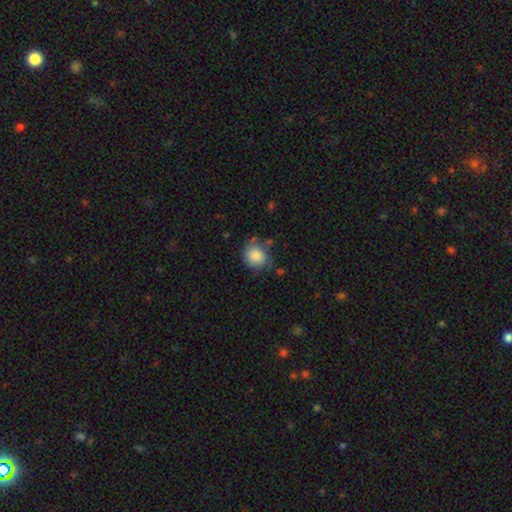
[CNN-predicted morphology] Smooth or featured: smooth — 85% (star or artifact — 8%)
How rounded: round — 74% (in between — 25%)
Merging: none — 68% (minor disturbance — 22%)